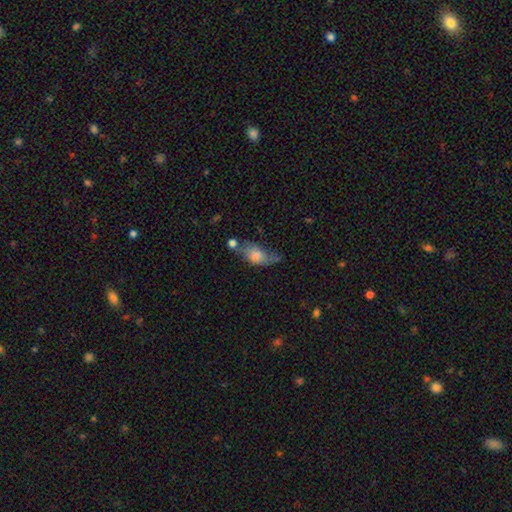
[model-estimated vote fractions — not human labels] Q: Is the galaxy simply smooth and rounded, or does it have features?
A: smooth — 61%.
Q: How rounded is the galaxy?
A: in between — 80%.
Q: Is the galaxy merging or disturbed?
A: none — 32%.